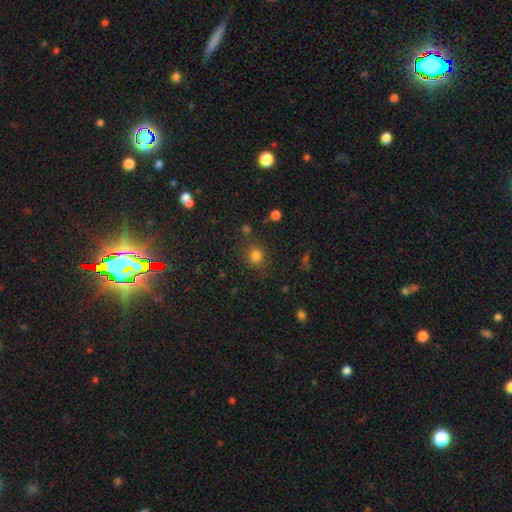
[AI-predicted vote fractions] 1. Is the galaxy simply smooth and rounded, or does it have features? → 80% smooth, 15% star or artifact, 5% featured or disk.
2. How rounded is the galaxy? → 81% round, 18% in between, 1% cigar-shaped.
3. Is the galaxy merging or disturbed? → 79% none, 11% minor disturbance, 5% merger, 5% major disturbance.